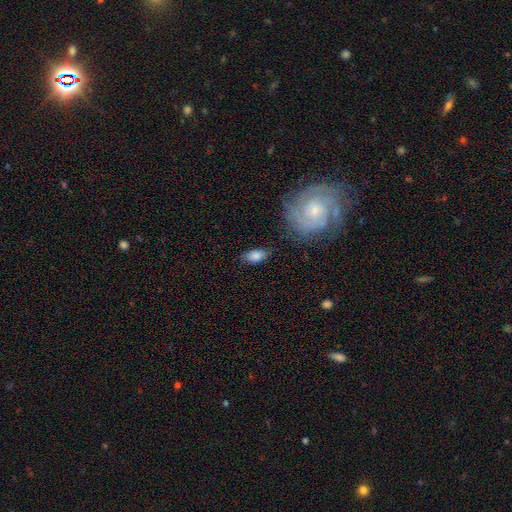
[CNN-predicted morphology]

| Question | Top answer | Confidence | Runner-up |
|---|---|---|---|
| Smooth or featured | smooth | 79% | featured or disk (12%) |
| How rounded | in between | 88% | round (6%) |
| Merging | none | 75% | minor disturbance (17%) |